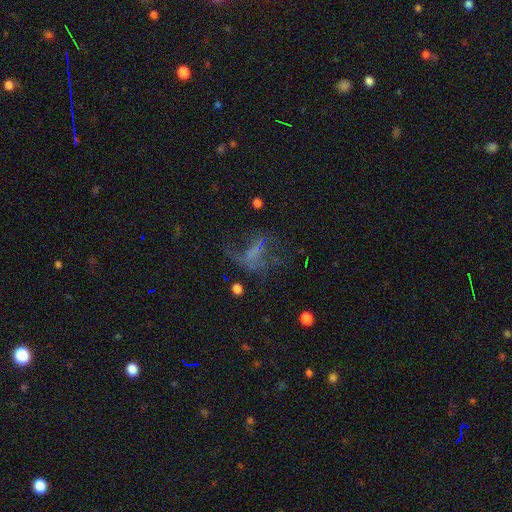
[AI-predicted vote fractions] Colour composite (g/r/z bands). It shows a featured or disk galaxy (40%). Merging: major disturbance (41%).